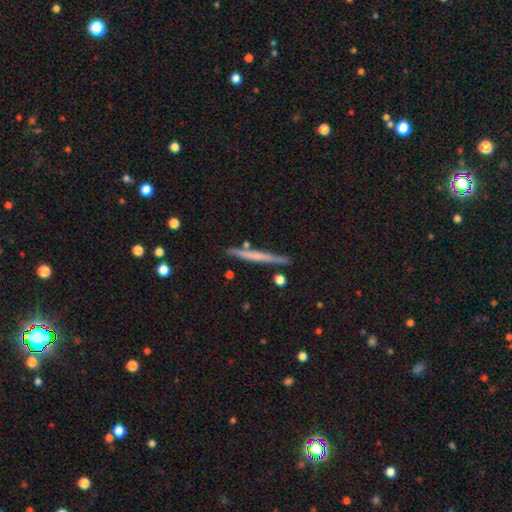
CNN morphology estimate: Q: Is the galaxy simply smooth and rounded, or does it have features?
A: featured or disk — 48%.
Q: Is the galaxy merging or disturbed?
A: none — 85%.